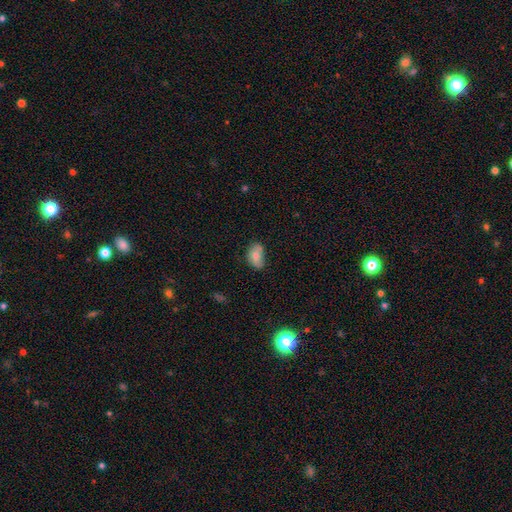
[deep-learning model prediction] smooth-or-featured: smooth: 72% | featured or disk: 19% | star or artifact: 9%
  how-rounded: in between: 86% | round: 12% | cigar-shaped: 2%
  merging: none: 47% | minor disturbance: 37% | major disturbance: 10% | merger: 6%